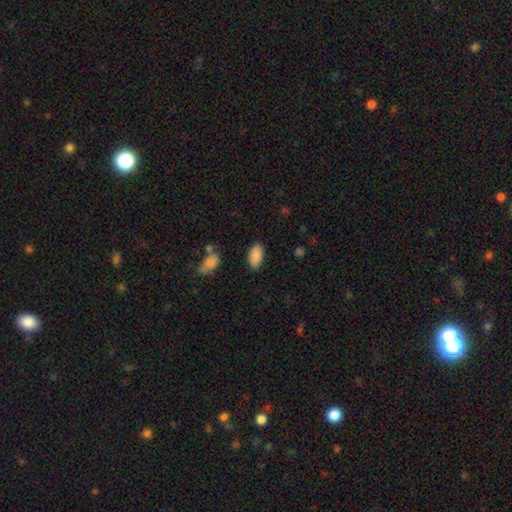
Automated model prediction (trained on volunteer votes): smooth_or_featured: smooth (p=0.88) [alt: star or artifact p=0.07]
how_rounded: in between (p=0.94) [alt: cigar-shaped p=0.03]
merging: none (p=0.83) [alt: minor disturbance p=0.11]